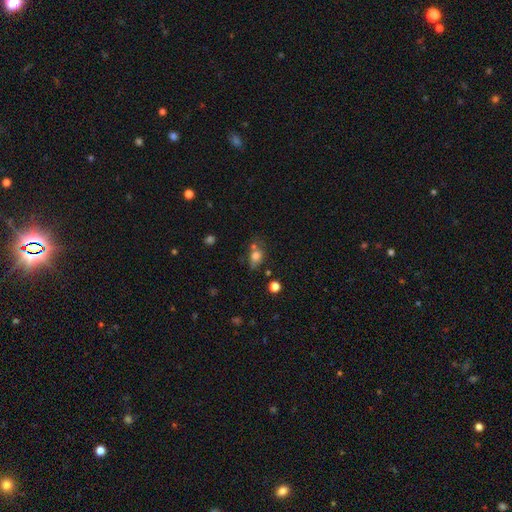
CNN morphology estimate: Smooth or featured? Predicted: smooth (p=0.72). How rounded? Predicted: in between (p=0.61). Merging? Predicted: none (p=0.44).